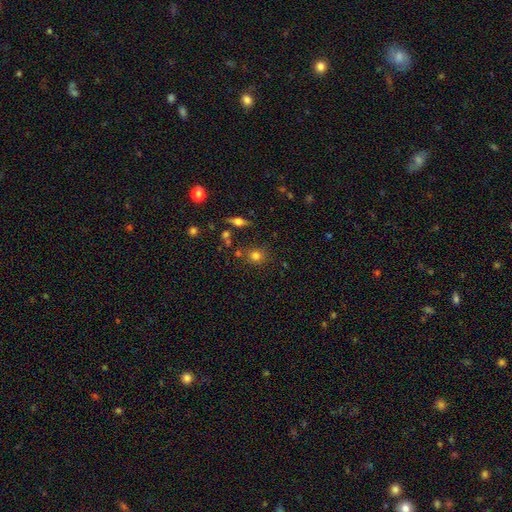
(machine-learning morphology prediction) Smooth or featured? Predicted: smooth (p=0.76). How rounded? Predicted: round (p=0.83). Merging? Predicted: none (p=0.77).